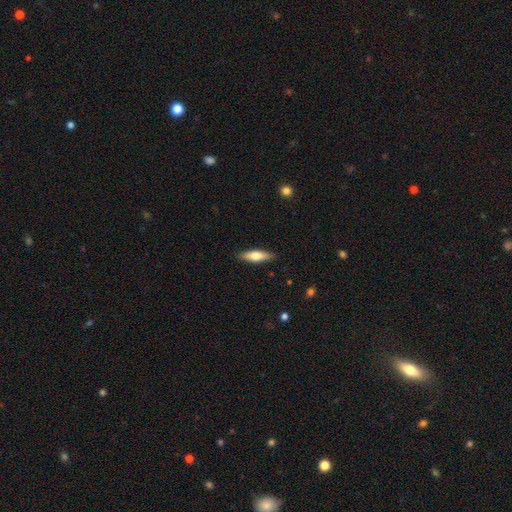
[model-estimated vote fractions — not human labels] Smooth or featured? Predicted: smooth (p=0.61). How rounded? Predicted: cigar-shaped (p=0.62). Merging? Predicted: none (p=0.89).